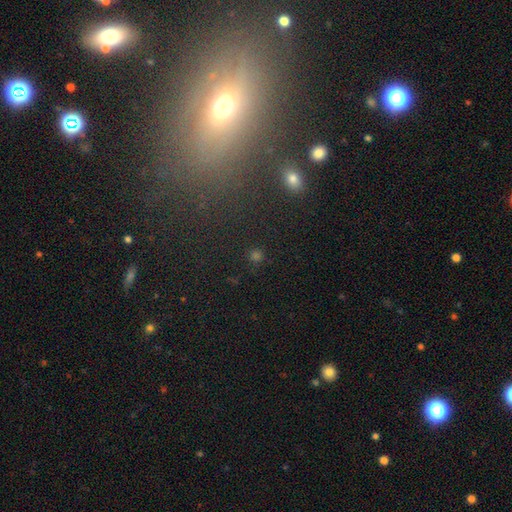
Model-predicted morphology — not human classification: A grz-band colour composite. It shows a smooth galaxy with no disk features (60%) that is round (89%). Merging: none (86%).